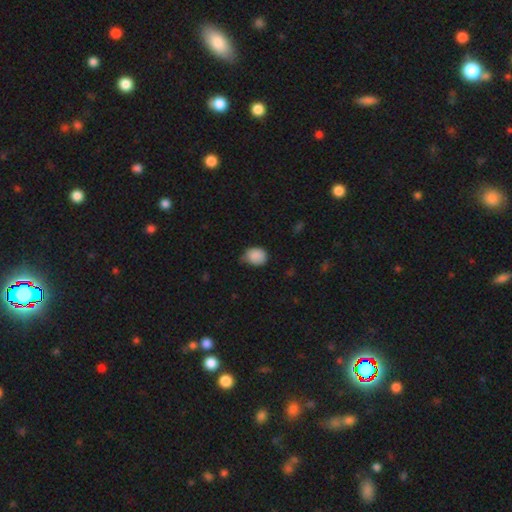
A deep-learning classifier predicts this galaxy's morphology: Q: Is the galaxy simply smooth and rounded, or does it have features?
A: smooth — 87%.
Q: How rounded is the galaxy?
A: round — 53%.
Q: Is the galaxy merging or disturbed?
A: none — 46%.